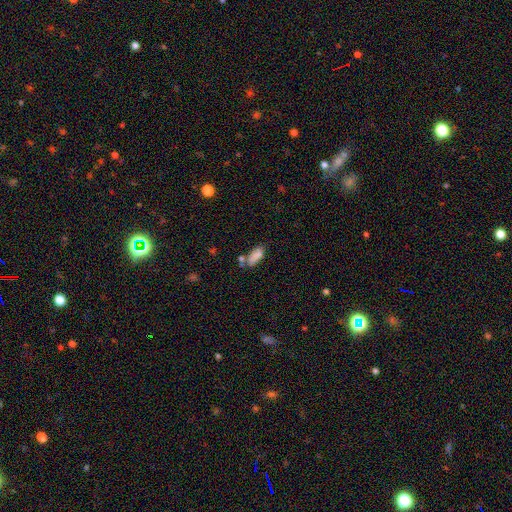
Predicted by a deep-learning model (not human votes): smooth-or-featured: smooth: 82% | star or artifact: 9% | featured or disk: 8%
  how-rounded: in between: 79% | cigar-shaped: 18% | round: 3%
  merging: none: 53% | minor disturbance: 22% | merger: 18% | major disturbance: 7%